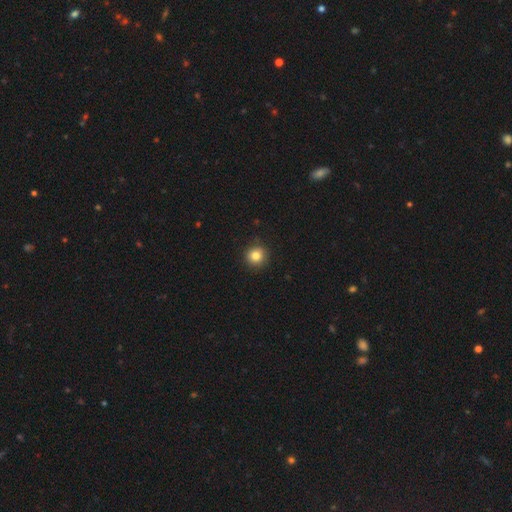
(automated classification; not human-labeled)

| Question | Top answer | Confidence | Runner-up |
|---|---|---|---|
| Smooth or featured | smooth | 83% | star or artifact (11%) |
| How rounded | round | 93% | in between (6%) |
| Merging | none | 90% | minor disturbance (7%) |